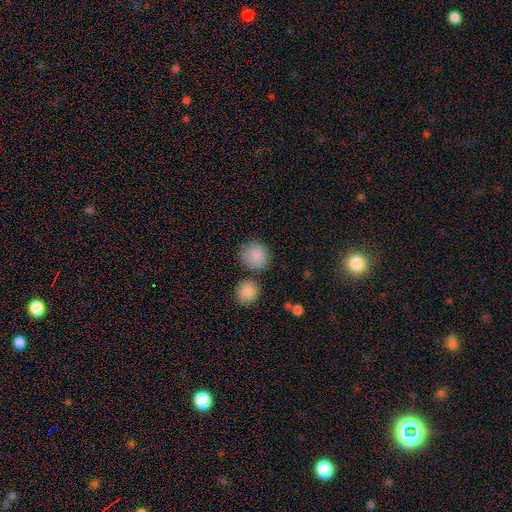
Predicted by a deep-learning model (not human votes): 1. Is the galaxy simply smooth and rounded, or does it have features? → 87% smooth, 8% star or artifact, 5% featured or disk.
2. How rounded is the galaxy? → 88% round, 11% in between, 1% cigar-shaped.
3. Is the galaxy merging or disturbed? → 74% none, 12% minor disturbance, 10% merger, 4% major disturbance.